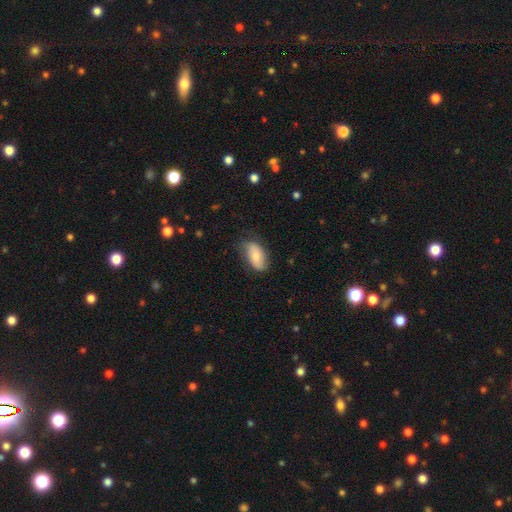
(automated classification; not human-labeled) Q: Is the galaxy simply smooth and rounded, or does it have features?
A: smooth — 67%.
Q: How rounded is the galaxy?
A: in between — 92%.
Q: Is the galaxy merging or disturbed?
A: none — 70%.